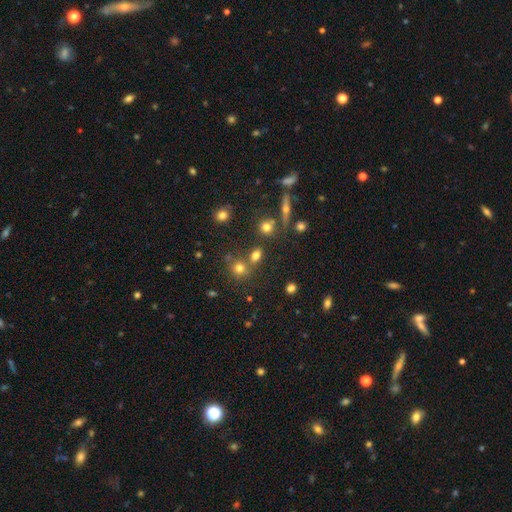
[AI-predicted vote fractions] This is likely a smooth galaxy (71%). How rounded: likely round (62%). Merging: likely none (62%).